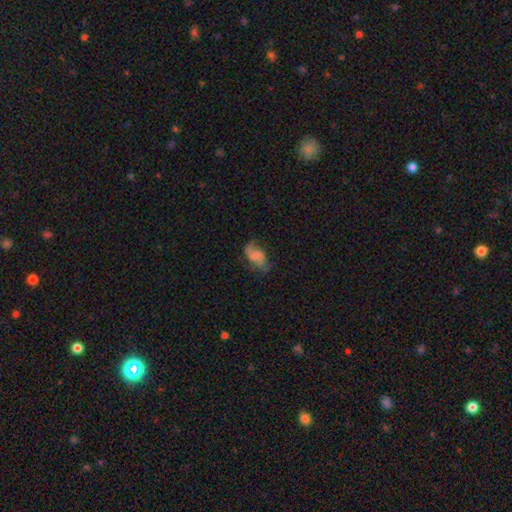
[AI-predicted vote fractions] Smooth or featured: featured or disk — 61% (smooth — 31%)
Edge-on disk: no — 97% (yes — 3%)
Bar: no — 56% (weak — 37%)
Spiral arms: yes — 90% (no — 10%)
Spiral winding: loose — 57% (medium — 34%)
Spiral arm count: 2 — 78% (1 — 12%)
Bulge size: none — 37% (small — 32%)
Merging: none — 59% (minor disturbance — 23%)